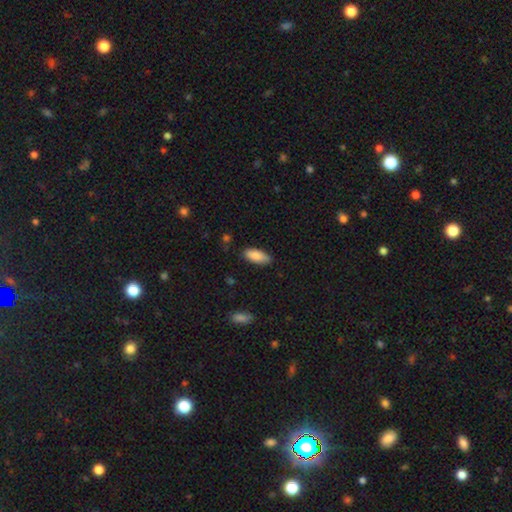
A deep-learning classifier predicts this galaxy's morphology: Q: Smooth or featured?
A: smooth (86%); runner-up: featured or disk (8%)
Q: How rounded?
A: in between (84%); runner-up: cigar-shaped (14%)
Q: Merging?
A: none (79%); runner-up: minor disturbance (17%)